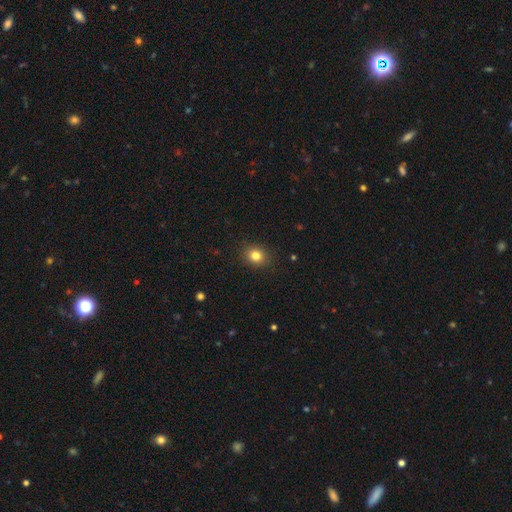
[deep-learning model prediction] Smooth or featured?
  - smooth: 82% *
  - star or artifact: 12%
  - featured or disk: 6%
How rounded?
  - round: 67% *
  - in between: 32%
  - cigar-shaped: 1%
Merging?
  - none: 90% *
  - minor disturbance: 7%
  - major disturbance: 2%
  - merger: 1%